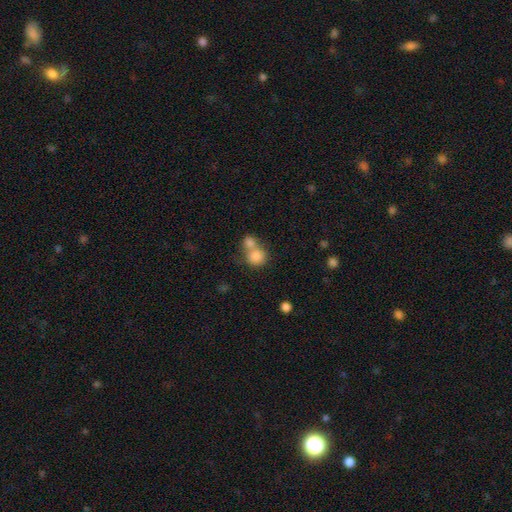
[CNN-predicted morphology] This appears to be a smooth galaxy with no disk features (82%) that is round (79%). Merging: merger (59%).